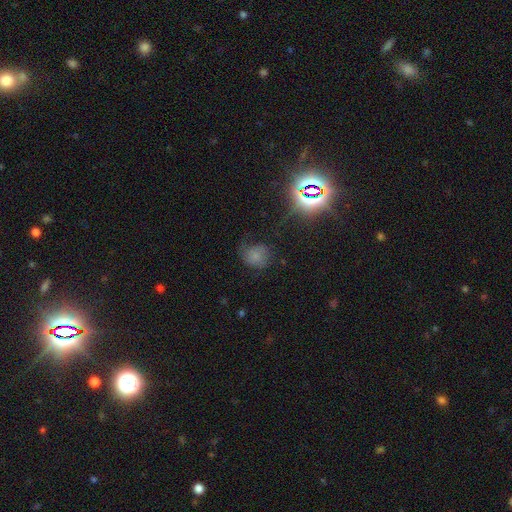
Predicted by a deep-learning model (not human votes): Smooth or featured? smooth (61%)
How rounded? round (74%)
Merging? none (52%)